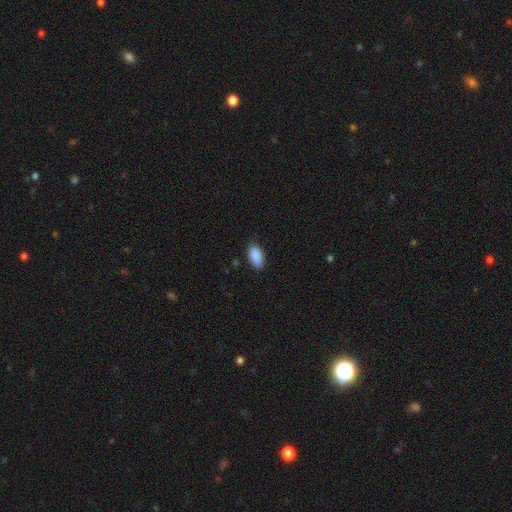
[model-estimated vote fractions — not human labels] smooth_or_featured: smooth (p=0.90) [alt: star or artifact p=0.07]
how_rounded: in between (p=0.93) [alt: cigar-shaped p=0.05]
merging: none (p=0.87) [alt: minor disturbance p=0.10]